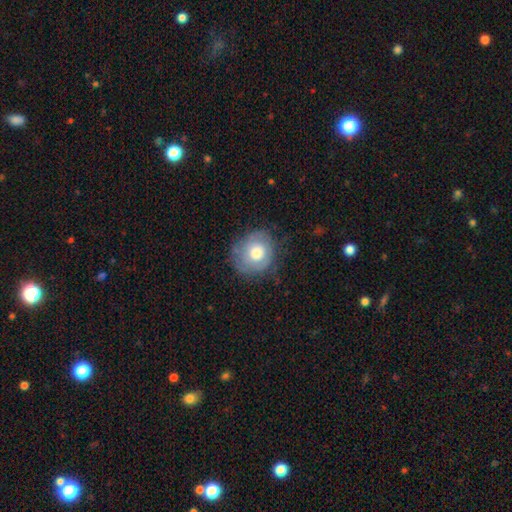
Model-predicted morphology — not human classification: The model was most divided on "smooth or featured": smooth: 60%, featured or disk: 32%, star or artifact: 8%. More confident: how rounded — round (82%); merging — none (66%).